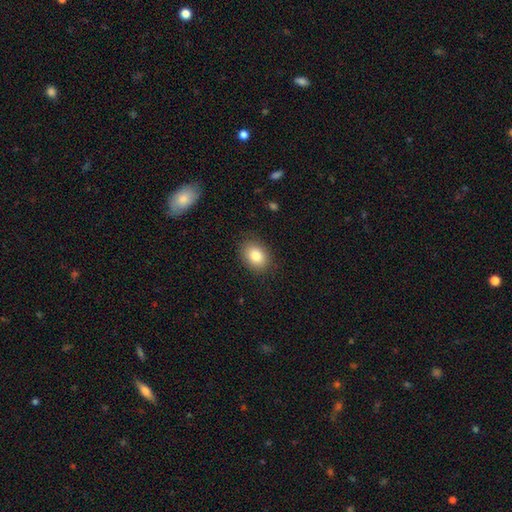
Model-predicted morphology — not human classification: A smooth galaxy with no disk features (84%) that is in between round and cigar-shaped (71%).

Vote fractions:
- Smooth or featured? smooth: 84% / star or artifact: 8% / featured or disk: 8%
- How rounded? in between: 71% / round: 28% / cigar-shaped: 1%
- Merging? none: 86% / minor disturbance: 11% / major disturbance: 3% / merger: 1%